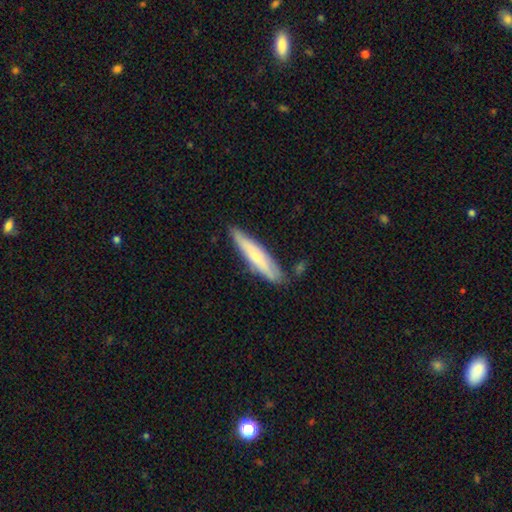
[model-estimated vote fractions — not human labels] smooth_or_featured: smooth (p=0.56) [alt: featured or disk p=0.38]
how_rounded: cigar-shaped (p=0.84) [alt: in between p=0.14]
merging: none (p=0.74) [alt: minor disturbance p=0.19]